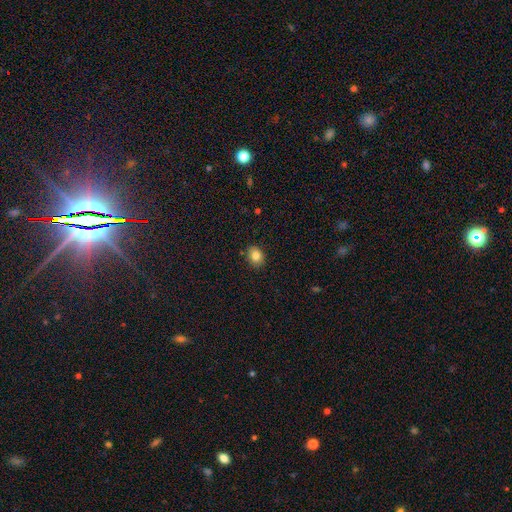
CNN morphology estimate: The model was most divided on "how rounded": in between: 50%, round: 49%, cigar-shaped: 1%. More confident: merging — none (88%); smooth or featured — smooth (83%).